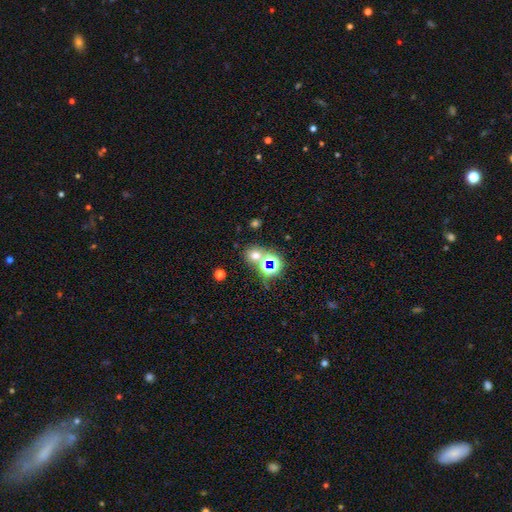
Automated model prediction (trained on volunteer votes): Smooth or featured? Predicted: smooth (p=0.52). How rounded? Predicted: round (p=0.72). Merging? Predicted: none (p=0.64).